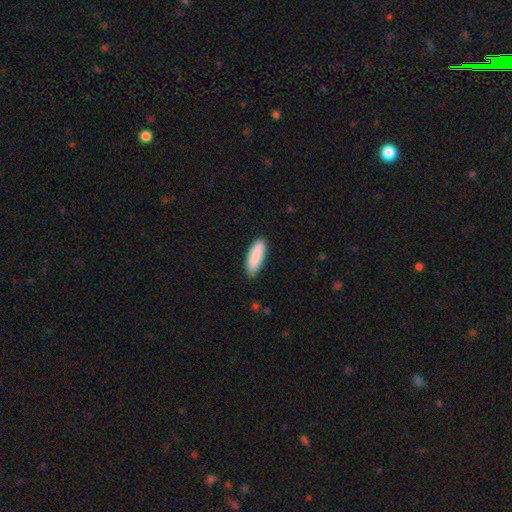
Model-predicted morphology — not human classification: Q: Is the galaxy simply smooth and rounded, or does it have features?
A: smooth — 89%.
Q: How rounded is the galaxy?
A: in between — 54%.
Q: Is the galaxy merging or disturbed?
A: none — 83%.